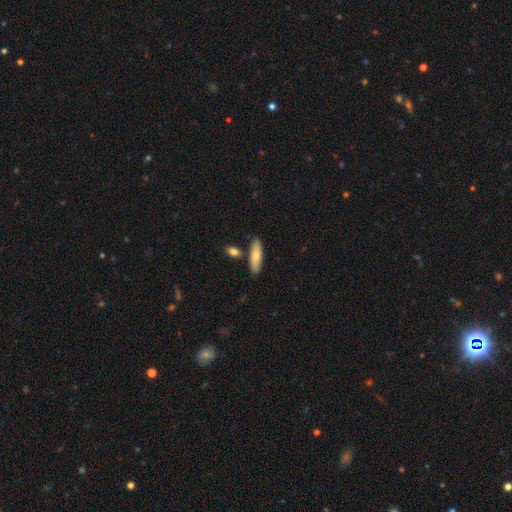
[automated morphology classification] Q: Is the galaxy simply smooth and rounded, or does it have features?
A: smooth — 73%.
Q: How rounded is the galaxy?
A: cigar-shaped — 57%.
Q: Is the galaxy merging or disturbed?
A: none — 79%.